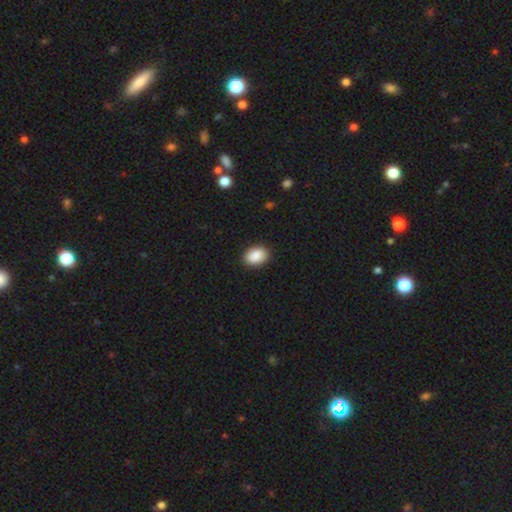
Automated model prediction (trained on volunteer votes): Q: Smooth or featured?
A: smooth (90%); runner-up: star or artifact (7%)
Q: How rounded?
A: in between (80%); runner-up: round (19%)
Q: Merging?
A: none (89%); runner-up: minor disturbance (8%)